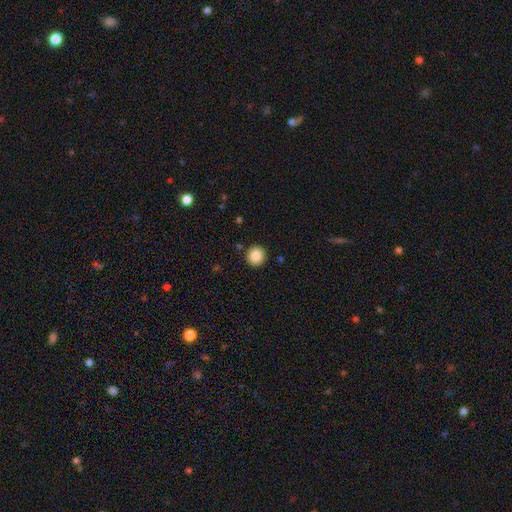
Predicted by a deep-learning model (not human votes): Q: Smooth or featured?
A: smooth (85%); runner-up: star or artifact (9%)
Q: How rounded?
A: round (95%); runner-up: in between (4%)
Q: Merging?
A: none (91%); runner-up: minor disturbance (6%)